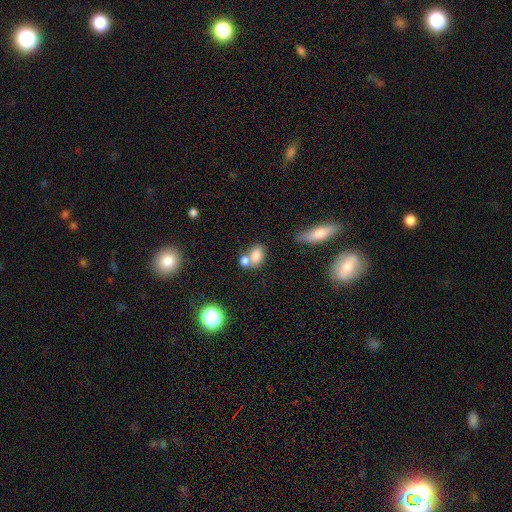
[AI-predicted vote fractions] Q: Smooth or featured?
A: smooth (78%); runner-up: featured or disk (12%)
Q: How rounded?
A: in between (73%); runner-up: round (25%)
Q: Merging?
A: merger (46%); runner-up: none (38%)